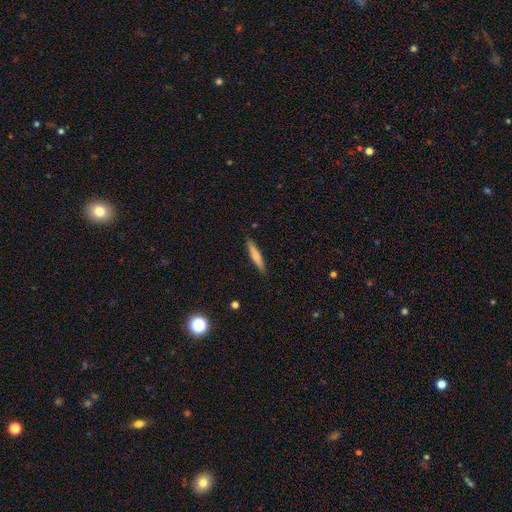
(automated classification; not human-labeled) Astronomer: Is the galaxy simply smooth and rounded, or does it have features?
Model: smooth — 68%.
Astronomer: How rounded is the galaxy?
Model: cigar-shaped — 91%.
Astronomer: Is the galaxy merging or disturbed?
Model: none — 89%.